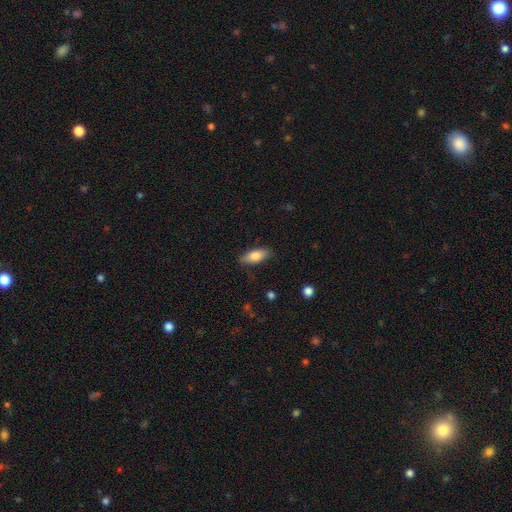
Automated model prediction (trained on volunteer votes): This is clearly a smooth galaxy (81%). How rounded: likely in between (79%). Merging: clearly none (85%).